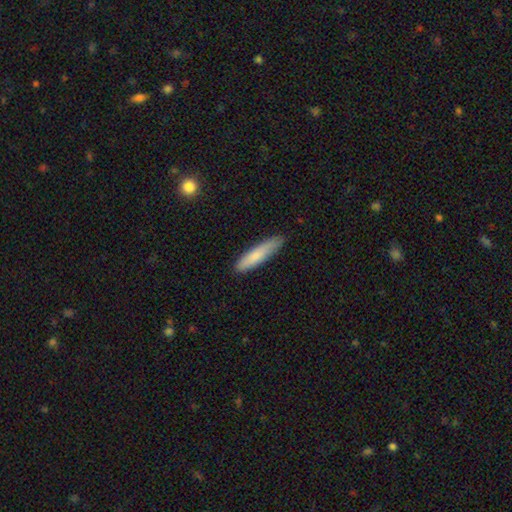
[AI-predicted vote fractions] This appears to be a smooth galaxy with no disk features (81%) that is cigar-shaped (84%). Merging: none (84%).